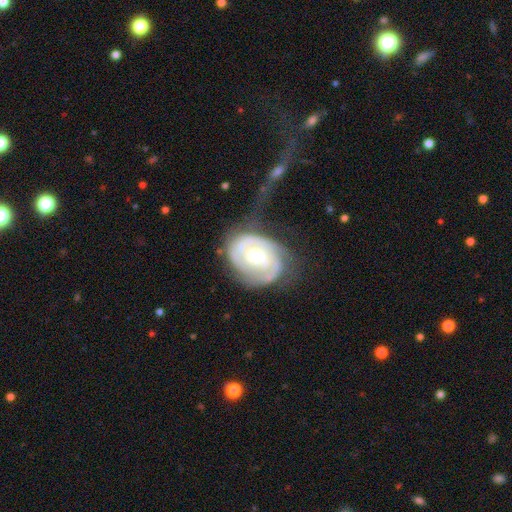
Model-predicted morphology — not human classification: Smooth or featured: featured or disk — 83% (smooth — 12%)
Edge-on disk: no — 97% (yes — 3%)
Bar: no — 61% (weak — 31%)
Spiral arms: yes — 90% (no — 10%)
Spiral winding: tight — 65% (medium — 26%)
Spiral arm count: 2 — 42% (can't tell — 29%)
Bulge size: moderate — 65% (small — 27%)
Merging: none — 46% (major disturbance — 25%)